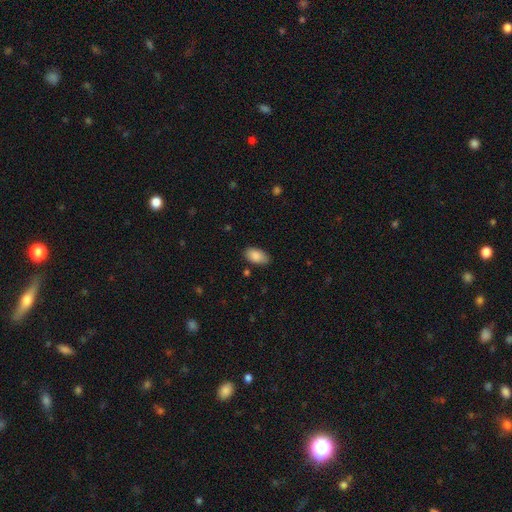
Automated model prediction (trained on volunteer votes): A smooth galaxy with no disk features (88%) that is in between round and cigar-shaped (94%).

Vote fractions:
- Smooth or featured? smooth: 88% / star or artifact: 7% / featured or disk: 5%
- How rounded? in between: 94% / round: 4% / cigar-shaped: 2%
- Merging? none: 81% / minor disturbance: 15% / major disturbance: 3% / merger: 1%